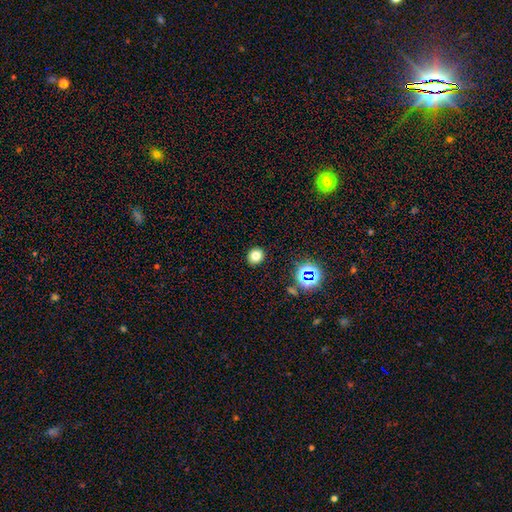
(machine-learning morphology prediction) A smooth galaxy with no disk features (76%) that is round (81%). Merging: none (91%).